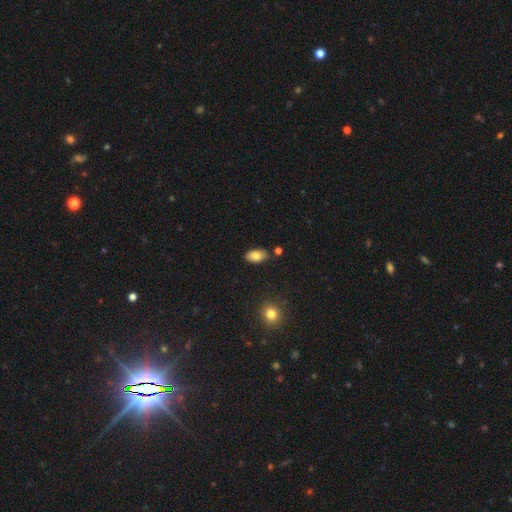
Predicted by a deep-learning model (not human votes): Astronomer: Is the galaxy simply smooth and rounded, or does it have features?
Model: smooth — 81%.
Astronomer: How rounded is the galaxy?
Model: in between — 93%.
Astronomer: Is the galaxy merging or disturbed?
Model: none — 84%.